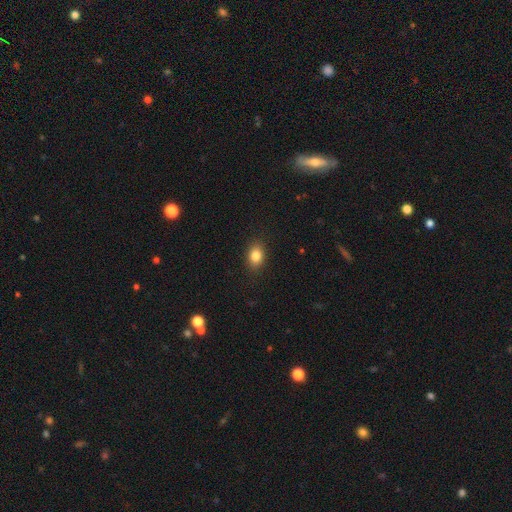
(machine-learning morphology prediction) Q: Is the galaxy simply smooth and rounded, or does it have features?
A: smooth — 84%.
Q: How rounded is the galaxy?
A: in between — 70%.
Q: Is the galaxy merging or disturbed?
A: none — 88%.